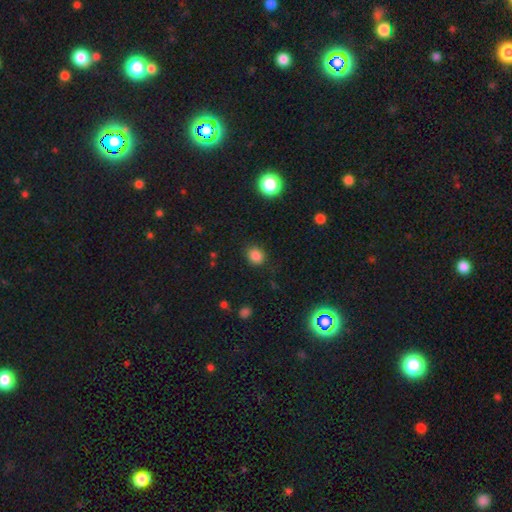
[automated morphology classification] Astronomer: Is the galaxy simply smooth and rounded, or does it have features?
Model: smooth — 83%.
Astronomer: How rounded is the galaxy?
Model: round — 70%.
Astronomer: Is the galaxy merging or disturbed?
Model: none — 84%.